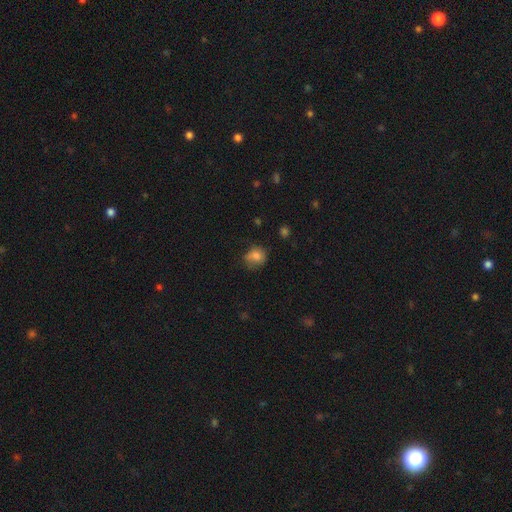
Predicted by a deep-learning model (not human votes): Smooth or featured? Predicted: smooth (p=0.78). How rounded? Predicted: round (p=0.65). Merging? Predicted: none (p=0.56).